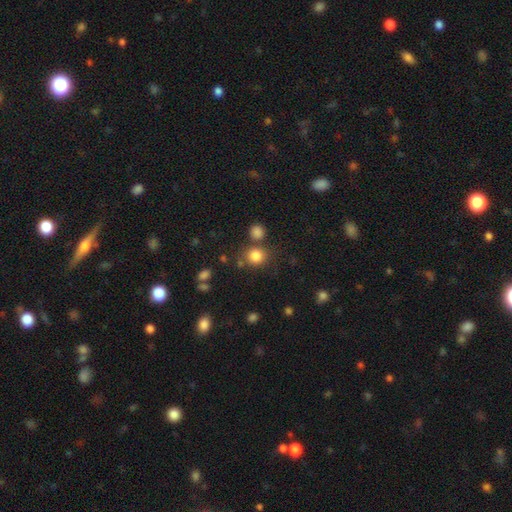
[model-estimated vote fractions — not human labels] Smooth or featured: smooth — 83% (star or artifact — 12%)
How rounded: round — 87% (in between — 13%)
Merging: none — 72% (merger — 14%)